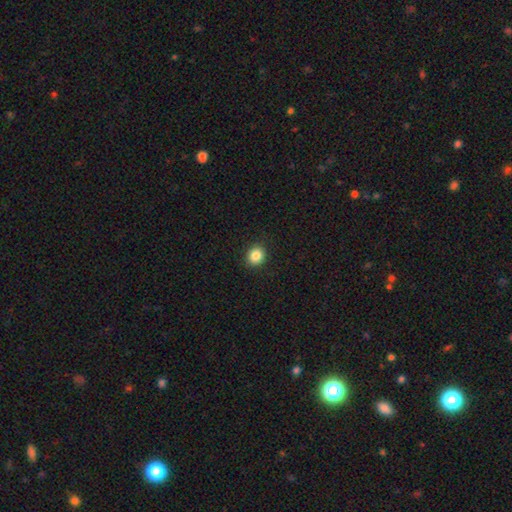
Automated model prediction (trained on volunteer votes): smooth-or-featured: smooth: 86% | star or artifact: 10% | featured or disk: 4%
  how-rounded: round: 76% | in between: 23% | cigar-shaped: 1%
  merging: none: 91% | minor disturbance: 6% | major disturbance: 2% | merger: 1%